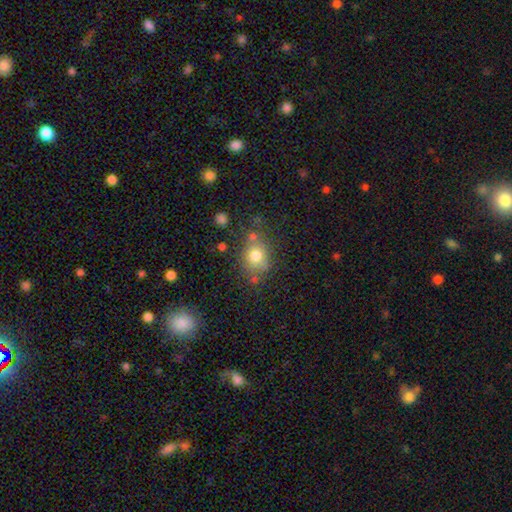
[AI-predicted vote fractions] smooth-or-featured: smooth: 76% | featured or disk: 13% | star or artifact: 11%
  how-rounded: round: 52% | in between: 47% | cigar-shaped: 1%
  merging: none: 60% | minor disturbance: 20% | merger: 12% | major disturbance: 8%